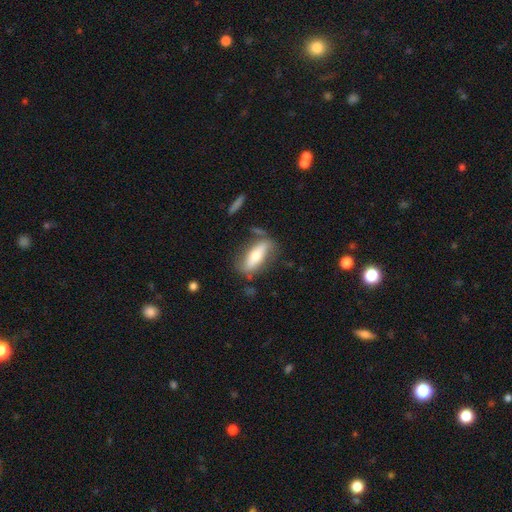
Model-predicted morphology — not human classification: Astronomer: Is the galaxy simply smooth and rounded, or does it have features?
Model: smooth — 54% (runner-up: featured or disk, 40%).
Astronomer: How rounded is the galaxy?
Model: in between — 57% (runner-up: cigar-shaped, 40%).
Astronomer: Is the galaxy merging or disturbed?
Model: none — 69%.